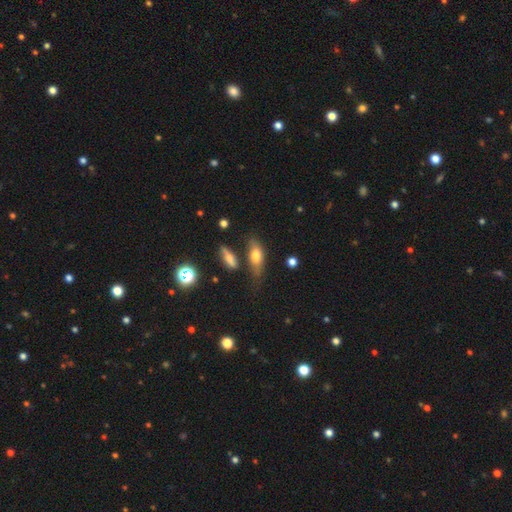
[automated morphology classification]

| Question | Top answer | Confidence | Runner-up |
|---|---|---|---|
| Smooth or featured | smooth | 68% | featured or disk (23%) |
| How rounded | in between | 73% | cigar-shaped (22%) |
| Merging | none | 55% | minor disturbance (25%) |